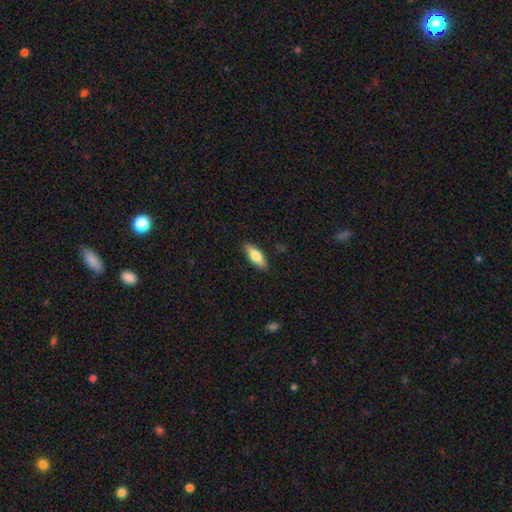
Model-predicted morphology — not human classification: Smooth or featured? Predicted: smooth (p=0.73). How rounded? Predicted: in between (p=0.68). Merging? Predicted: none (p=0.87).